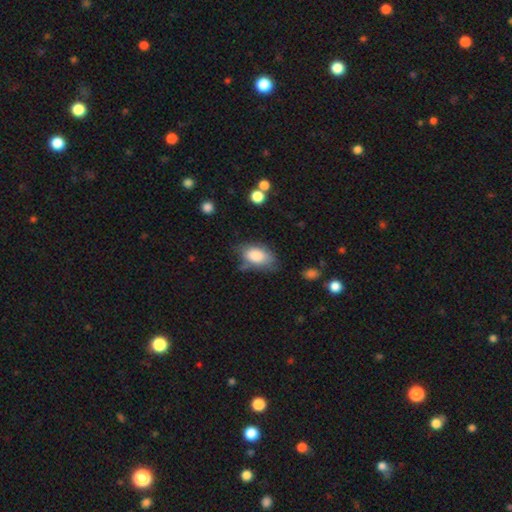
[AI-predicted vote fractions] smooth_or_featured: smooth (p=0.81) [alt: featured or disk p=0.12]
how_rounded: in between (p=0.92) [alt: round p=0.06]
merging: none (p=0.54) [alt: minor disturbance p=0.30]